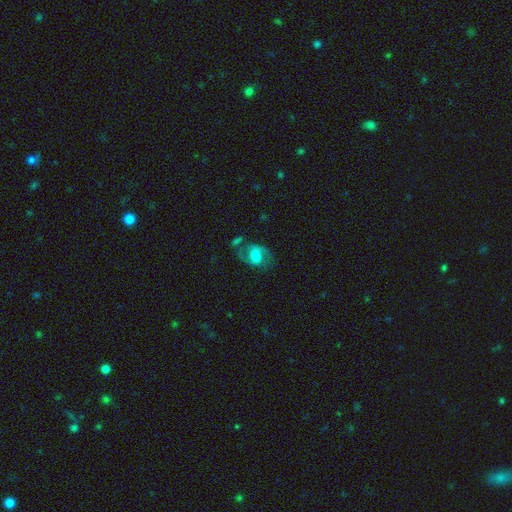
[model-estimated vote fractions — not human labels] Smooth or featured? Predicted: featured or disk (p=0.60). Edge-on disk? Predicted: no (p=0.96). Bar? Predicted: no (p=0.46). Spiral arms? Predicted: yes (p=0.83). Bulge size? Predicted: moderate (p=0.56). Merging? Predicted: none (p=0.54).